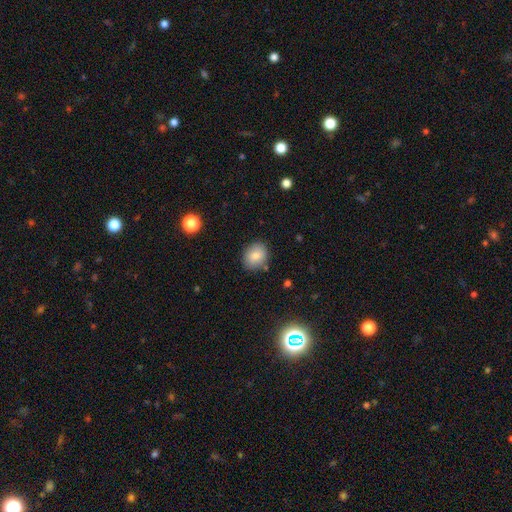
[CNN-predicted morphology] smooth 79%, featured or disk 11%, star or artifact 10%. Down the decision tree: how rounded — round (65%); merging — none (83%).